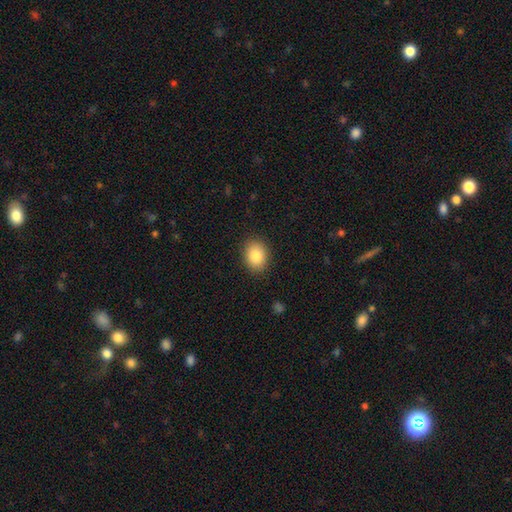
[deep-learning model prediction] Morphology: type=smooth (85%); roundness=in between (54%); merging=none (88%).